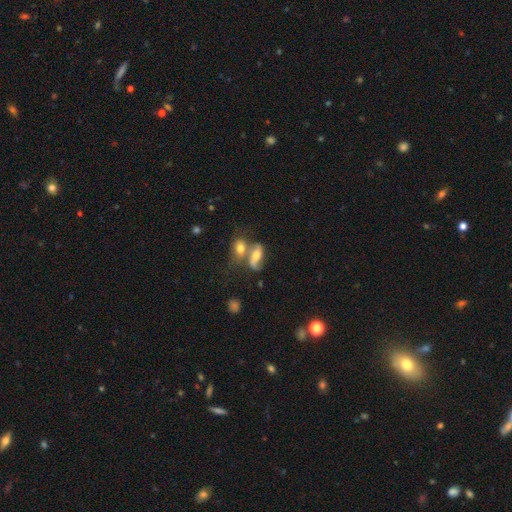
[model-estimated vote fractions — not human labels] Q: Smooth or featured?
A: featured or disk (46%); runner-up: smooth (43%)
Q: Merging?
A: merger (50%); runner-up: none (29%)